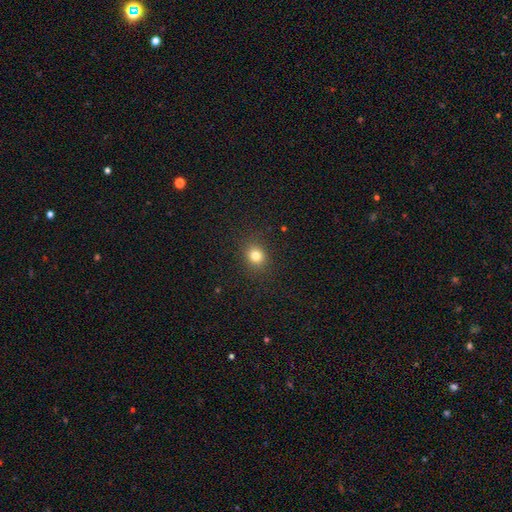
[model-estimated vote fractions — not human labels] Smooth or featured?
  - smooth: 80% *
  - star or artifact: 14%
  - featured or disk: 6%
How rounded?
  - round: 75% *
  - in between: 24%
  - cigar-shaped: 1%
Merging?
  - none: 88% *
  - minor disturbance: 8%
  - major disturbance: 3%
  - merger: 1%